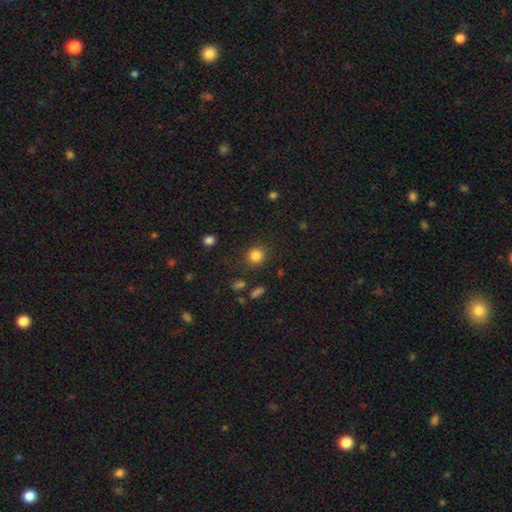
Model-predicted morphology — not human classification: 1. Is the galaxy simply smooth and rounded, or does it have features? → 84% smooth, 12% star or artifact, 5% featured or disk.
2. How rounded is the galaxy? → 87% round, 12% in between, 1% cigar-shaped.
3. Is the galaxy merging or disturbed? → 86% none, 8% minor disturbance, 3% major disturbance, 2% merger.